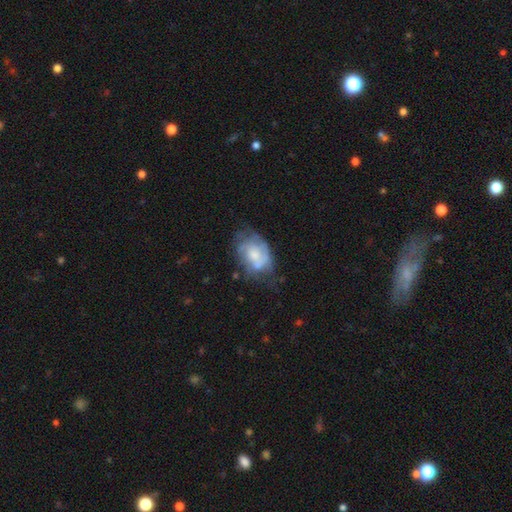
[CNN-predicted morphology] Q: Smooth or featured?
A: featured or disk (58%); runner-up: smooth (34%)
Q: Edge-on disk?
A: no (97%); runner-up: yes (3%)
Q: Bar?
A: no (74%); runner-up: weak (23%)
Q: Spiral arms?
A: yes (63%); runner-up: no (37%)
Q: Bulge size?
A: moderate (40%); runner-up: small (36%)
Q: Merging?
A: none (45%); runner-up: minor disturbance (30%)